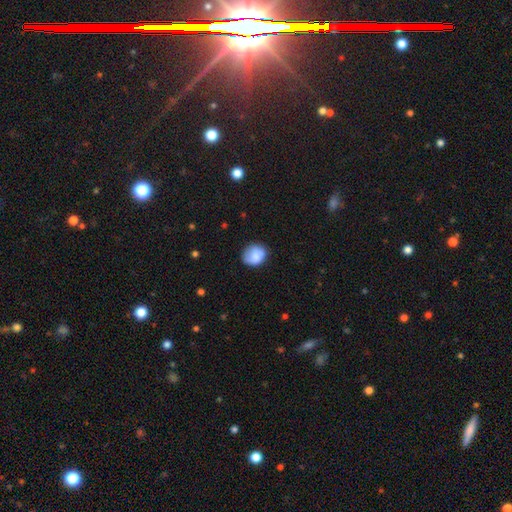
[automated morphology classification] type=smooth (79%); roundness=round (66%); merging=none (69%).